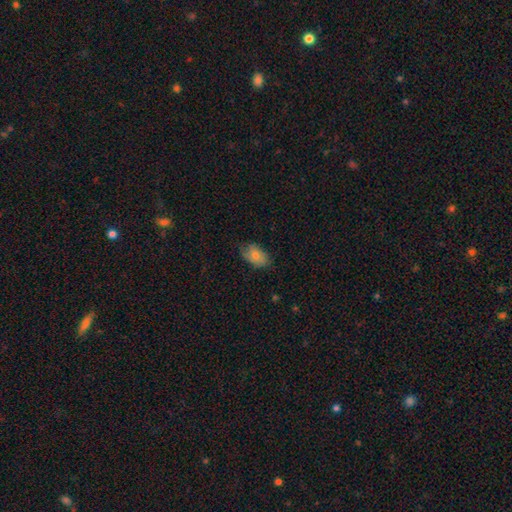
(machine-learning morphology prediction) smooth_or_featured: smooth (p=0.72) [alt: featured or disk p=0.20]
how_rounded: in between (p=0.91) [alt: round p=0.07]
merging: none (p=0.62) [alt: minor disturbance p=0.29]